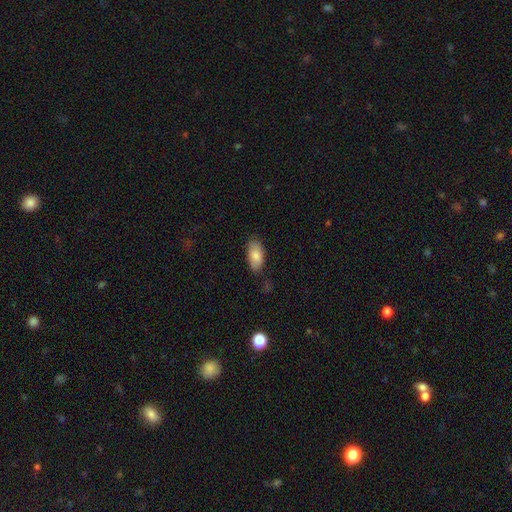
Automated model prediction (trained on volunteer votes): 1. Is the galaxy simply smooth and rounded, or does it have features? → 84% smooth, 10% featured or disk, 7% star or artifact.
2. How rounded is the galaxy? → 92% in between, 6% cigar-shaped, 2% round.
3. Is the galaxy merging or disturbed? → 76% none, 18% minor disturbance, 4% major disturbance, 2% merger.